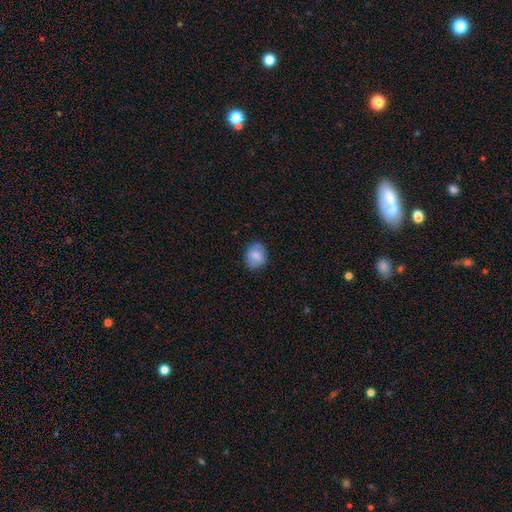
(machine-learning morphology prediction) This appears to be a smooth galaxy with no disk features (76%) that is round (60%). Merging: none (76%).